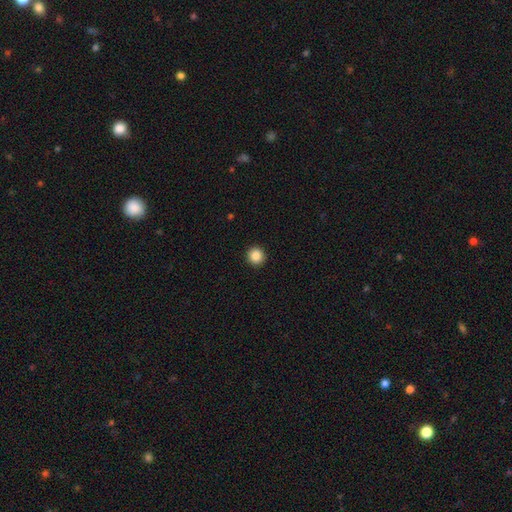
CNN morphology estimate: Overall: smooth (88%). How rounded: round (95%). Merging: none (93%).